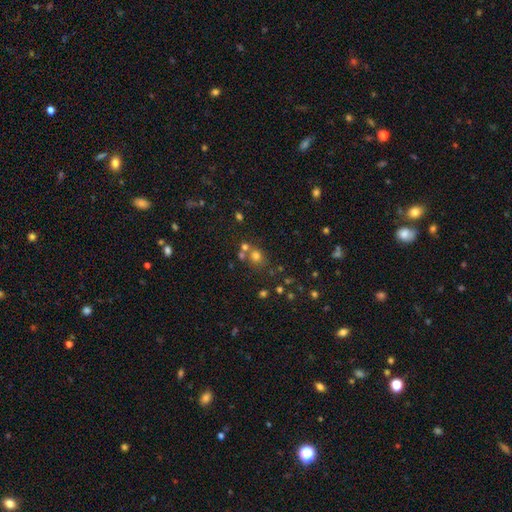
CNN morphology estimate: Smooth or featured? smooth (68%)
How rounded? round (79%)
Merging? none (58%)